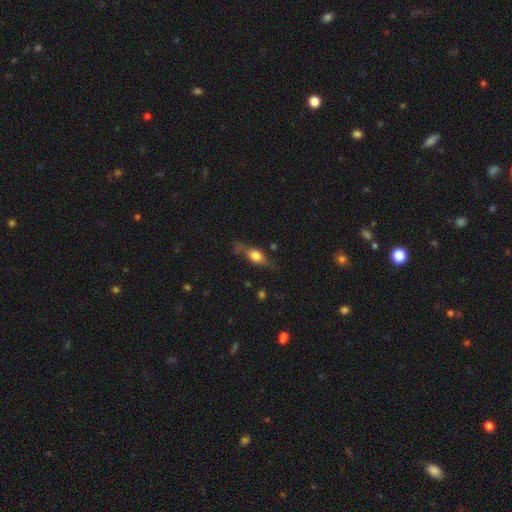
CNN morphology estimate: The model was most divided on "smooth or featured": smooth: 53%, featured or disk: 38%, star or artifact: 9%. More confident: merging — none (59%); how rounded — in between (57%).